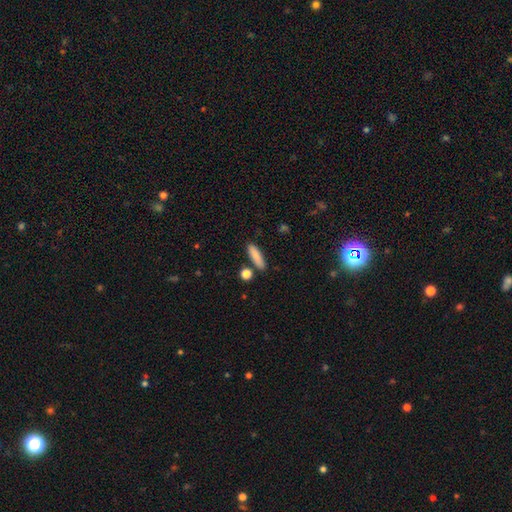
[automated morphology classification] This appears to be a smooth galaxy with no disk features (85%) that is cigar-shaped (67%). Merging: none (81%).